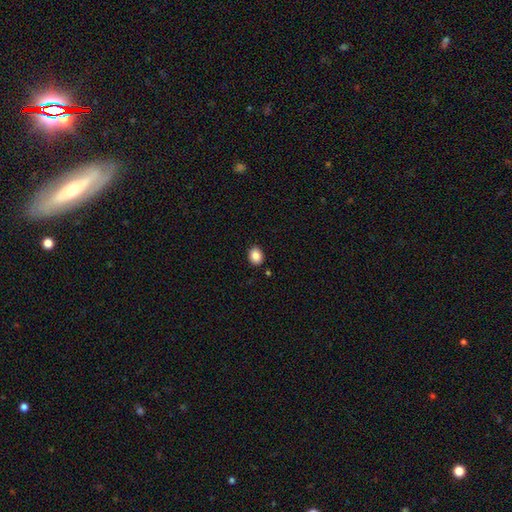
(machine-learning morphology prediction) Smooth or featured? Predicted: smooth (p=0.87). How rounded? Predicted: in between (p=0.62). Merging? Predicted: none (p=0.89).